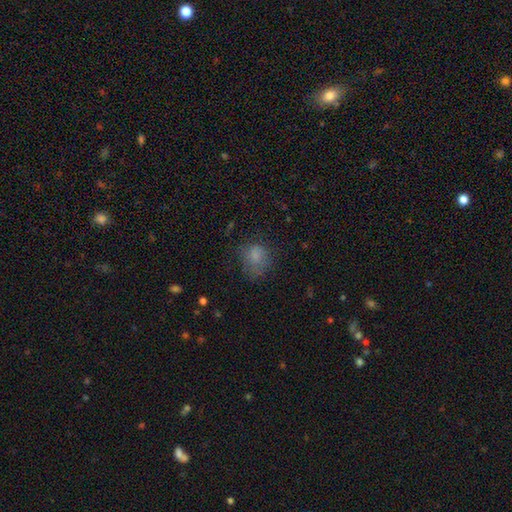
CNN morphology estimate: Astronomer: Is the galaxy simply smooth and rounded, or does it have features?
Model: smooth — 73%.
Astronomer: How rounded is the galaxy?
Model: round — 61% (runner-up: in between, 38%).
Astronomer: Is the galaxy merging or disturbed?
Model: none — 55%.